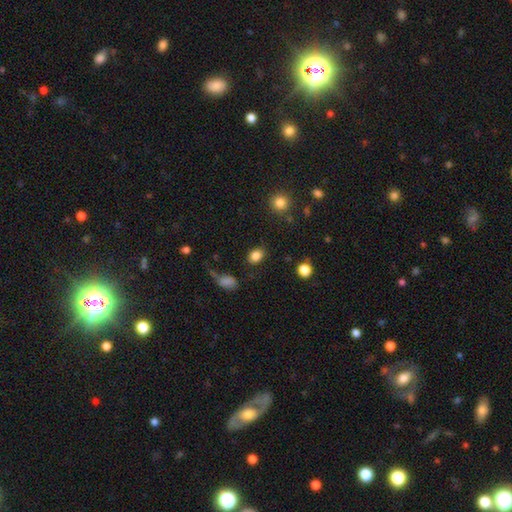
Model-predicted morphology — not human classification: Smooth or featured? Predicted: smooth (p=0.84). How rounded? Predicted: in between (p=0.69). Merging? Predicted: none (p=0.83).